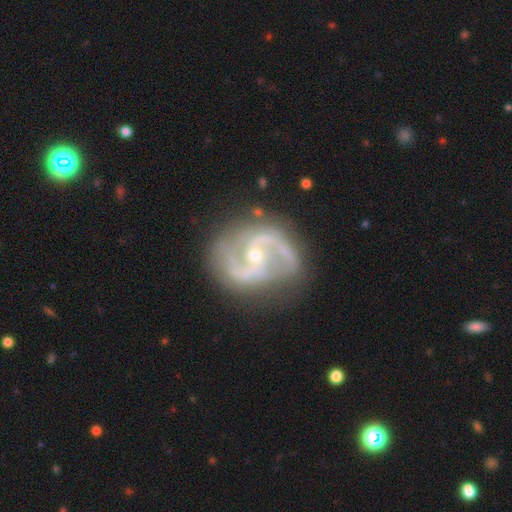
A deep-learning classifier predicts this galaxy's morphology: smooth_or_featured: featured or disk (p=0.92) [alt: star or artifact p=0.05]
disk_edge_on: no (p=0.98) [alt: yes p=0.02]
bar: no (p=0.44) [alt: weak p=0.39]
has_spiral_arms: yes (p=0.98) [alt: no p=0.02]
spiral_winding: medium (p=0.61) [alt: tight p=0.21]
spiral_arm_count: 2 (p=0.91) [alt: 3 p=0.03]
bulge_size: small (p=0.61) [alt: moderate p=0.37]
merging: none (p=0.77) [alt: minor disturbance p=0.15]